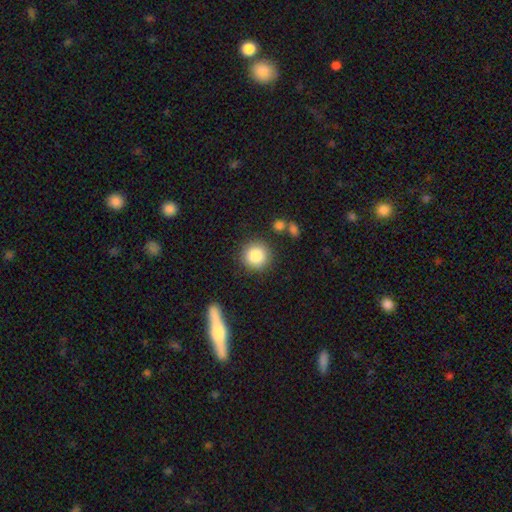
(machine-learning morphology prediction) Smooth or featured? Predicted: smooth (p=0.86). How rounded? Predicted: round (p=0.92). Merging? Predicted: none (p=0.85).